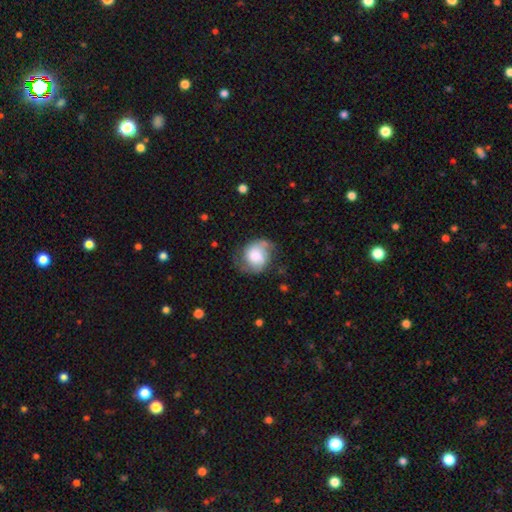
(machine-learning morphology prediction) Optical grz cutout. It shows a featured or disk galaxy (53%) with no bar (61%), spiral arms (87%) and a large central bulge (34%). Merging: none (58%).